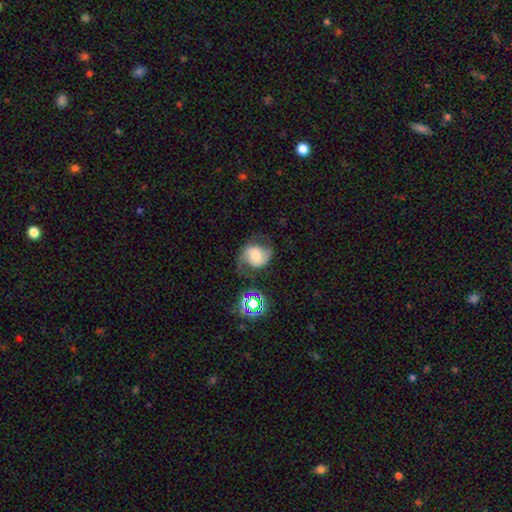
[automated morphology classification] Smooth or featured? Predicted: featured or disk (p=0.60). Edge-on disk? Predicted: no (p=0.97). Bar? Predicted: no (p=0.51). Spiral arms? Predicted: yes (p=0.89). Spiral winding? Predicted: medium (p=0.46). Spiral arm count? Predicted: 2 (p=0.85). Bulge size? Predicted: moderate (p=0.52). Merging? Predicted: none (p=0.59).